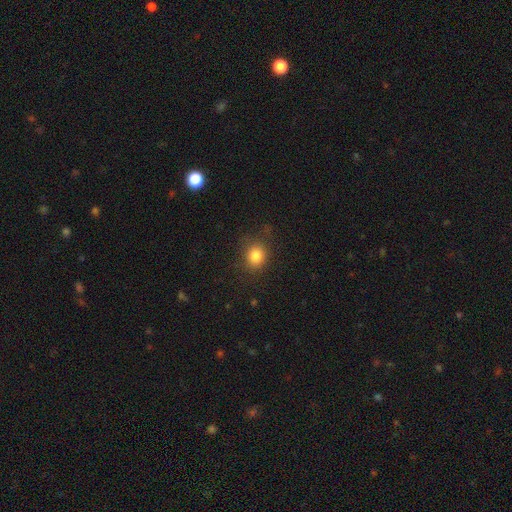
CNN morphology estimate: Smooth or featured? smooth (83%)
How rounded? round (70%)
Merging? none (82%)